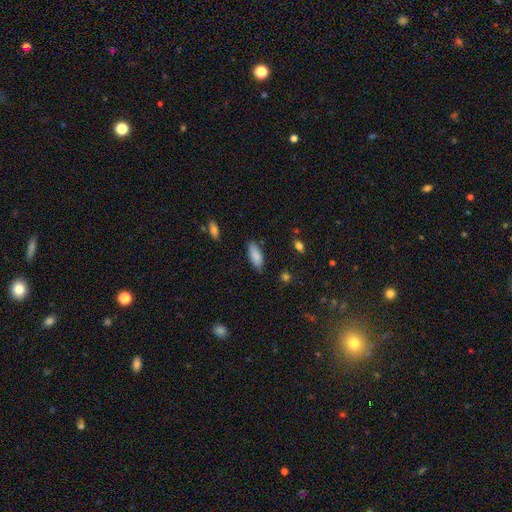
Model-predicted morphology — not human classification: A smooth galaxy with no disk features (86%) that is in between round and cigar-shaped (76%). Merging: none (81%).